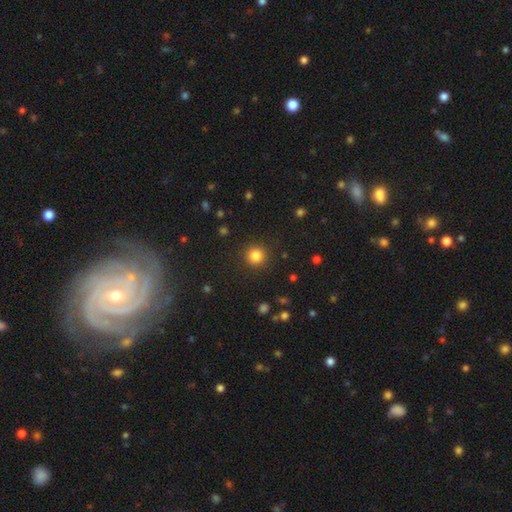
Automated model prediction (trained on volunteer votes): Smooth or featured: smooth — 84% (star or artifact — 12%)
How rounded: round — 94% (in between — 5%)
Merging: none — 91% (minor disturbance — 6%)